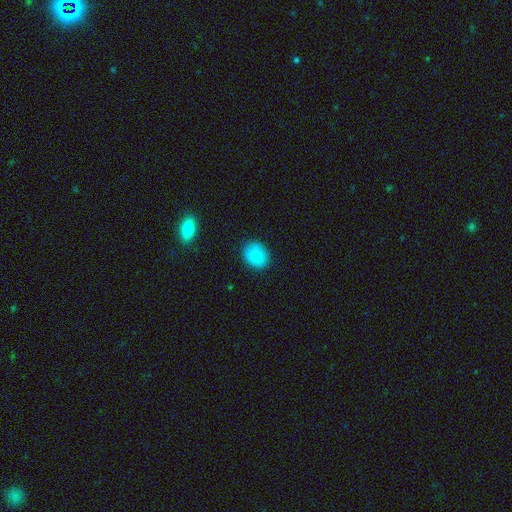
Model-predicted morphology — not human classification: The model was most divided on "how rounded": round: 56%, in between: 43%, cigar-shaped: 1%. More confident: smooth or featured — smooth (88%); merging — none (87%).